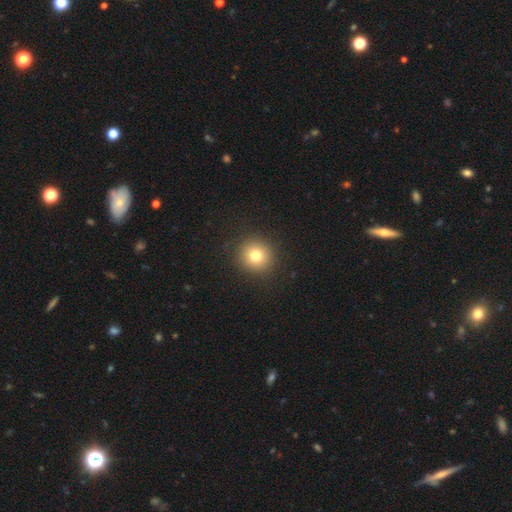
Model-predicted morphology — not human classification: smooth-or-featured: smooth: 79% | star or artifact: 12% | featured or disk: 9%
  how-rounded: round: 93% | in between: 6% | cigar-shaped: 1%
  merging: none: 92% | minor disturbance: 5% | major disturbance: 2% | merger: 1%